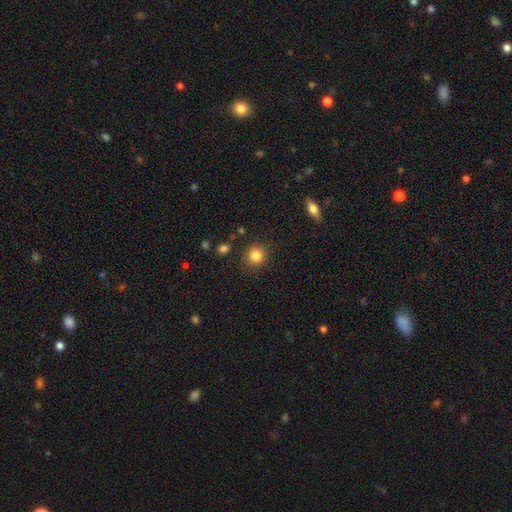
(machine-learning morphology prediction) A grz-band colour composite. It shows a smooth galaxy with no disk features (84%) that is round (90%). Merging: none (88%).